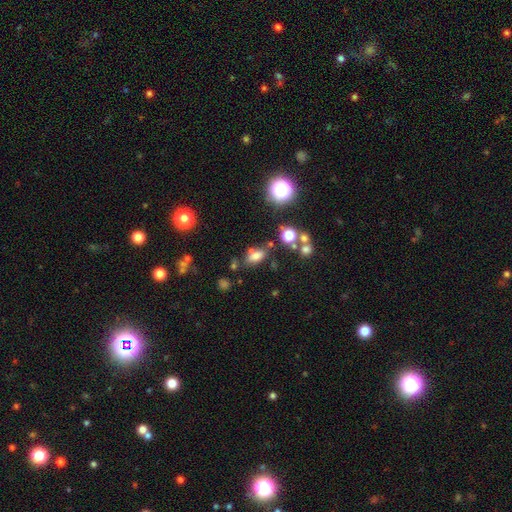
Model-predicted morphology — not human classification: This is likely a smooth galaxy (71%). How rounded: clearly in between (83%). Merging: likely none (64%).